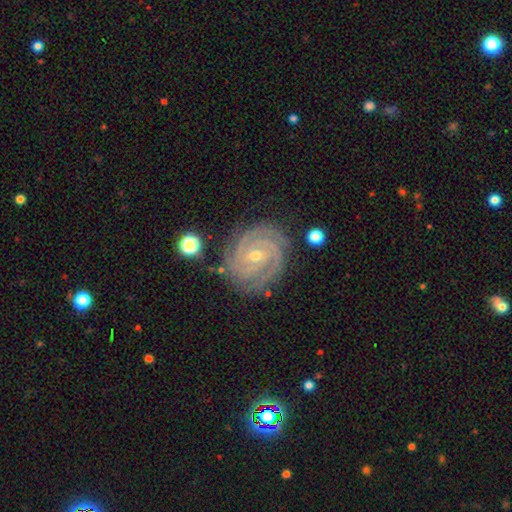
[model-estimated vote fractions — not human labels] smooth_or_featured: featured or disk (p=0.92) [alt: star or artifact p=0.05]
disk_edge_on: no (p=0.98) [alt: yes p=0.02]
bar: weak (p=0.41) [alt: no p=0.39]
has_spiral_arms: yes (p=0.99) [alt: no p=0.01]
spiral_winding: tight (p=0.85) [alt: medium p=0.13]
spiral_arm_count: 3 (p=0.36) [alt: 4 p=0.25]
bulge_size: small (p=0.63) [alt: moderate p=0.35]
merging: none (p=0.82) [alt: minor disturbance p=0.13]